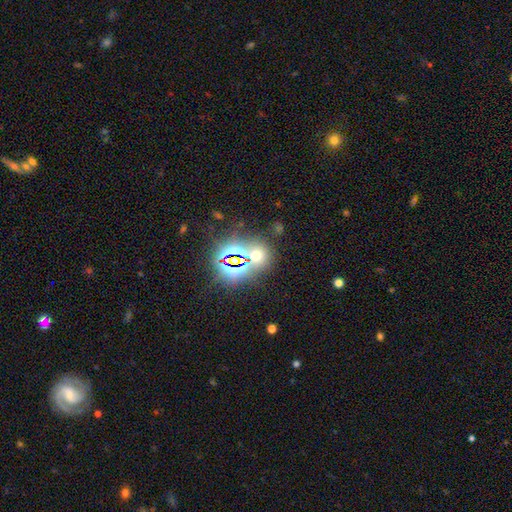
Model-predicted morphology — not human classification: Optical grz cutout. It shows a star or artifact, not a galaxy (46%).